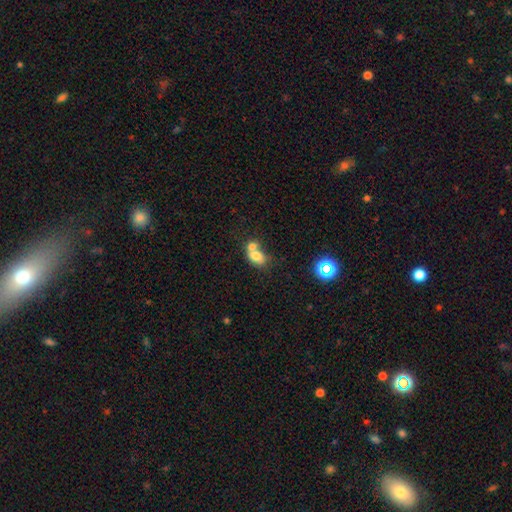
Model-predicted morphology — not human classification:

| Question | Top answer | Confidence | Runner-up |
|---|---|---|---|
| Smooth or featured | smooth | 71% | featured or disk (18%) |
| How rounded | in between | 70% | round (28%) |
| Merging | merger | 66% | none (22%) |